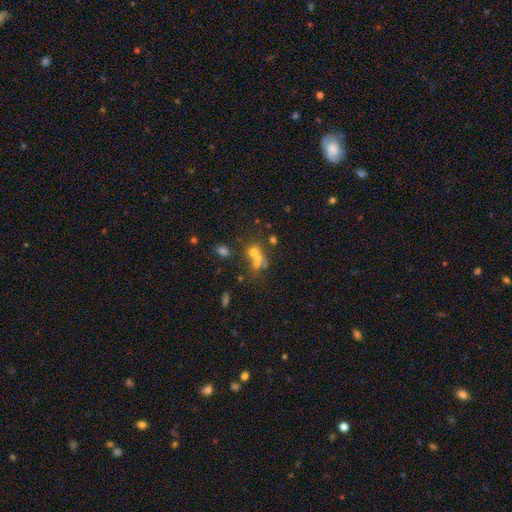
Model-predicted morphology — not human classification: This appears to be a smooth galaxy with no disk features (53%) that is round (67%). Merging: merger (55%).